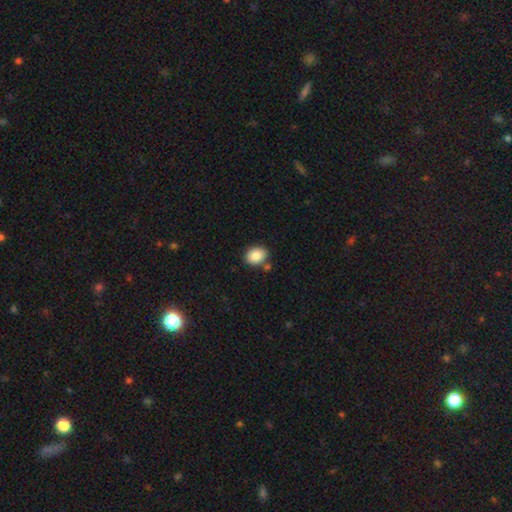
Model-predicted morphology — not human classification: type=smooth (86%); roundness=in between (53%); merging=none (77%).